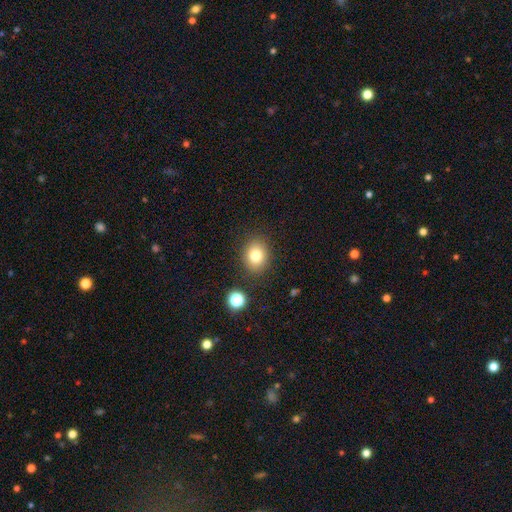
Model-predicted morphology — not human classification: This is clearly a smooth galaxy (80%). How rounded: possibly round (58%). Merging: clearly none (85%).